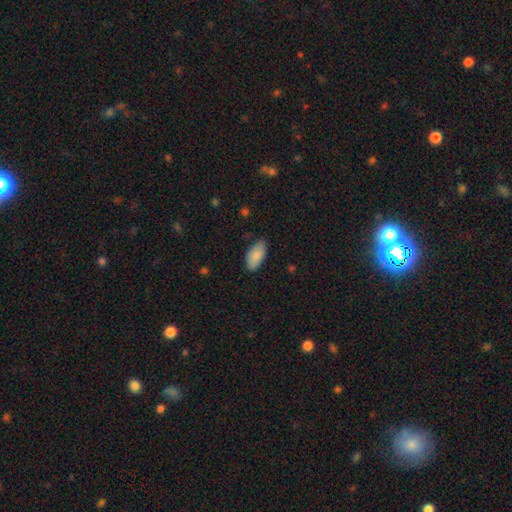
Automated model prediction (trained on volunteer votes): A smooth galaxy with no disk features (88%) that is in between round and cigar-shaped (94%). Merging: none (83%).